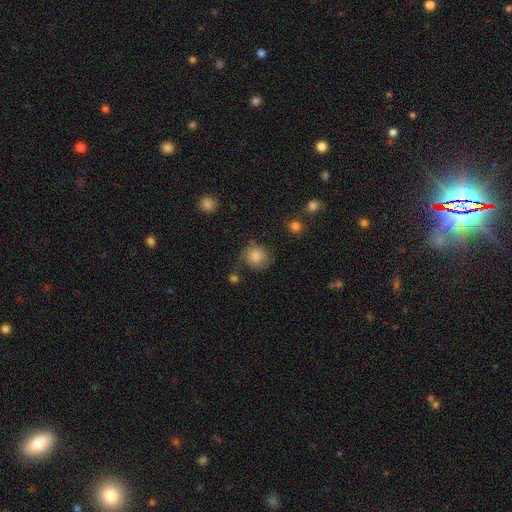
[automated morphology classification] Smooth or featured? smooth (80%)
How rounded? round (79%)
Merging? none (56%)